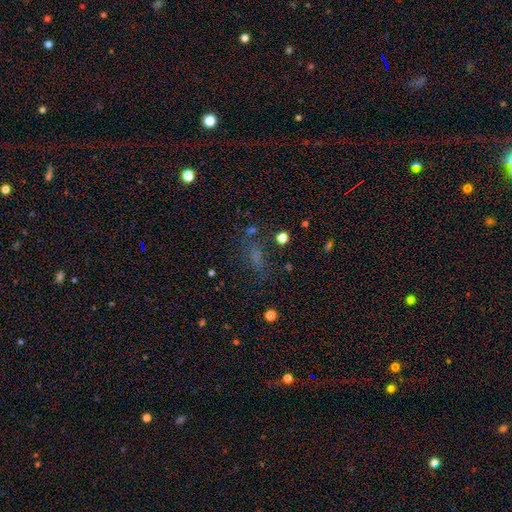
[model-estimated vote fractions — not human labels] smooth_or_featured: smooth (p=0.47) [alt: star or artifact p=0.35]
merging: none (p=0.64) [alt: minor disturbance p=0.18]